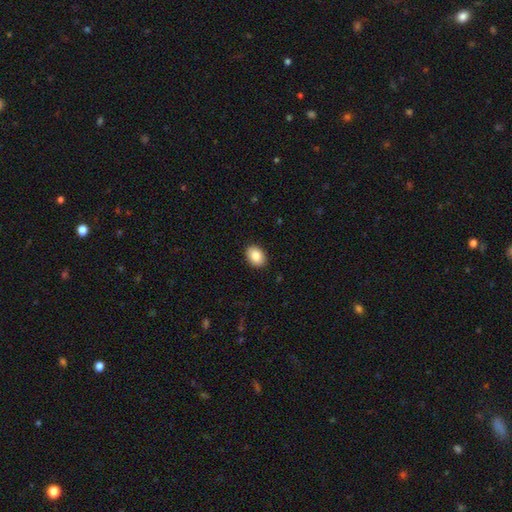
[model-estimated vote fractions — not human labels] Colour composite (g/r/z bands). It shows a smooth galaxy with no disk features (87%) that is in between round and cigar-shaped (75%). Merging: none (90%).